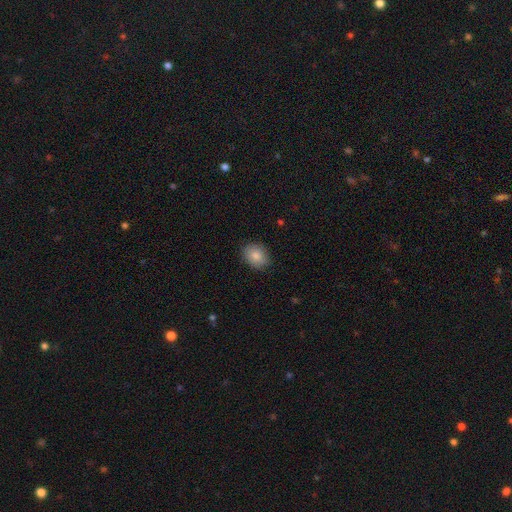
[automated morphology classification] Smooth or featured? Predicted: smooth (p=0.84). How rounded? Predicted: in between (p=0.57). Merging? Predicted: none (p=0.87).